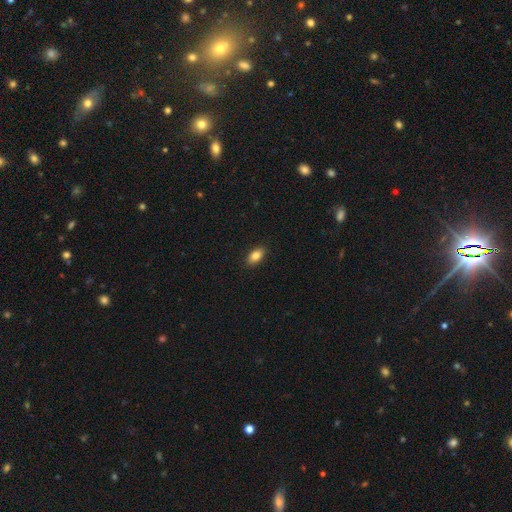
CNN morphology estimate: Smooth or featured? smooth (84%)
How rounded? in between (90%)
Merging? none (89%)